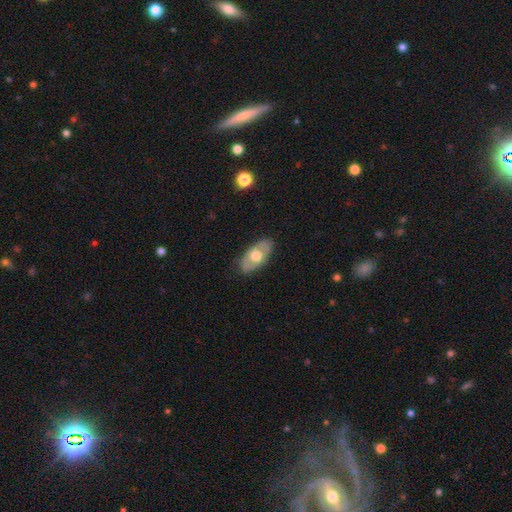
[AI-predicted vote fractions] Smooth or featured?
  - smooth: 52% *
  - featured or disk: 43%
  - star or artifact: 6%
How rounded?
  - in between: 90% *
  - round: 6%
  - cigar-shaped: 4%
Merging?
  - none: 82% *
  - minor disturbance: 14%
  - major disturbance: 3%
  - merger: 1%